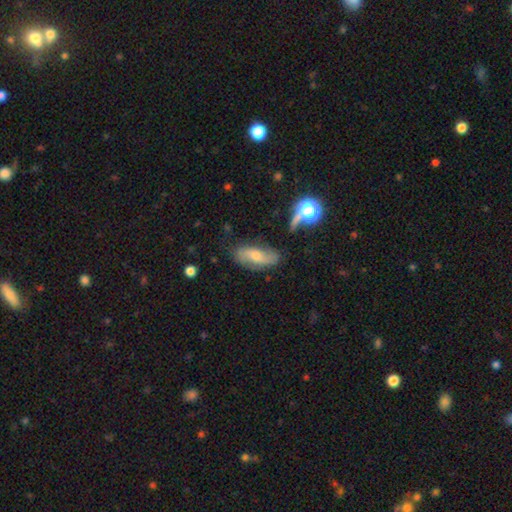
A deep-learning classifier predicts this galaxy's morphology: Smooth or featured: featured or disk — 48% (smooth — 40%)
Merging: none — 70% (minor disturbance — 20%)